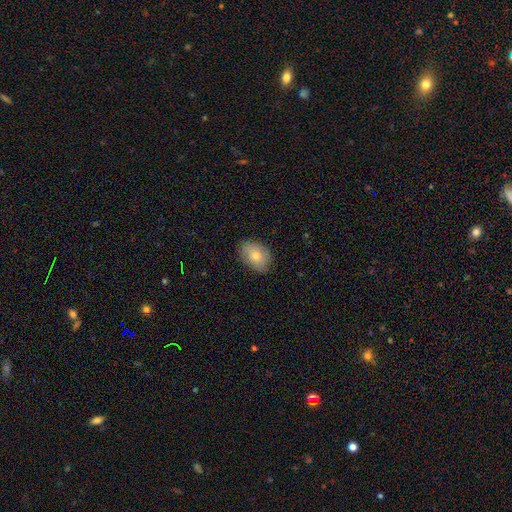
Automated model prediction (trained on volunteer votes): This is likely a smooth galaxy (67%). How rounded: likely in between (74%). Merging: likely none (80%).